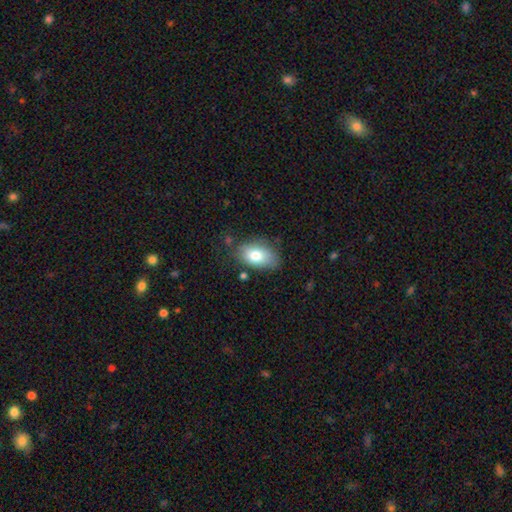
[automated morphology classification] The model was most divided on "merging": none: 71%, minor disturbance: 20%, major disturbance: 5%, merger: 3%. More confident: how rounded — in between (89%); smooth or featured — smooth (78%).